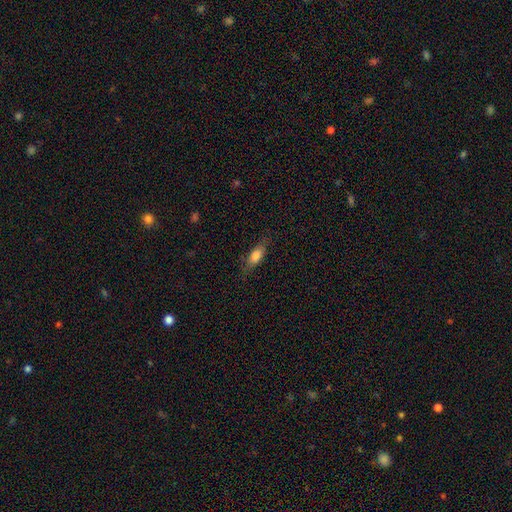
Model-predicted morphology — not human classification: Smooth or featured? Predicted: smooth (p=0.75). How rounded? Predicted: in between (p=0.67). Merging? Predicted: none (p=0.75).